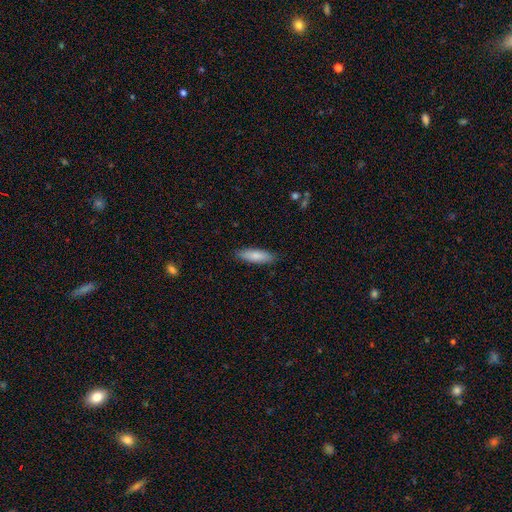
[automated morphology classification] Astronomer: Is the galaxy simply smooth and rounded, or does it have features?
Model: smooth — 85%.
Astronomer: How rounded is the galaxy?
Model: cigar-shaped — 50% (runner-up: in between, 48%).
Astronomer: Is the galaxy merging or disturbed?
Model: none — 88%.